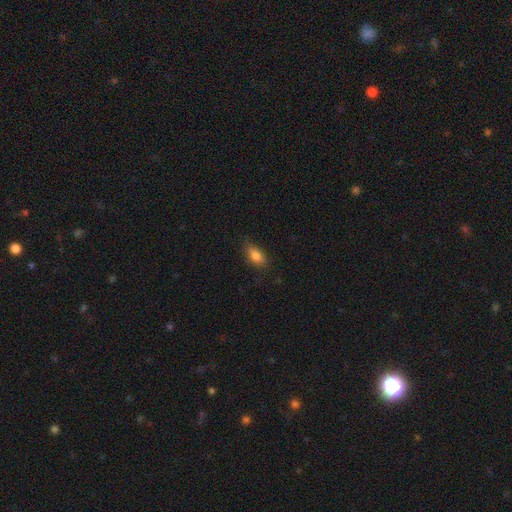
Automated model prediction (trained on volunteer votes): Smooth or featured? smooth (83%)
How rounded? in between (85%)
Merging? none (76%)